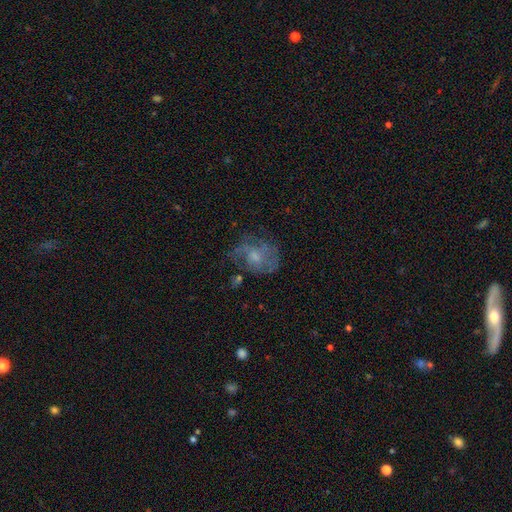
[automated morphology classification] Smooth or featured? featured or disk (57%)
Edge-on disk? no (97%)
Bar? no (73%)
Spiral arms? yes (58%)
Bulge size? moderate (42%)
Merging? none (48%)